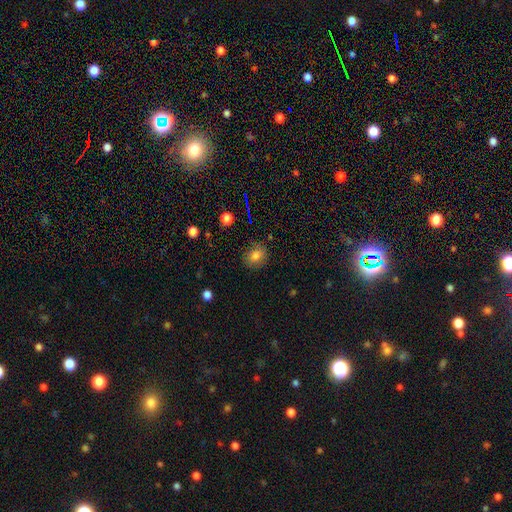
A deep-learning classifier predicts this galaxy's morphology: Q: Smooth or featured?
A: smooth (80%); runner-up: star or artifact (12%)
Q: How rounded?
A: round (60%); runner-up: in between (39%)
Q: Merging?
A: none (83%); runner-up: minor disturbance (12%)